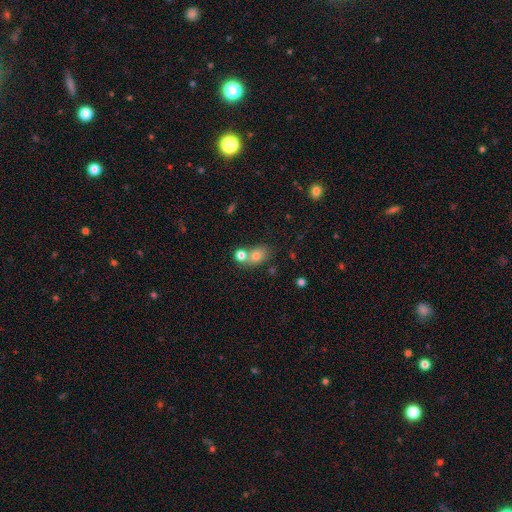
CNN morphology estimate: This appears to be a smooth galaxy with no disk features (76%) that is in between round and cigar-shaped (57%). Merging: merger (46%).